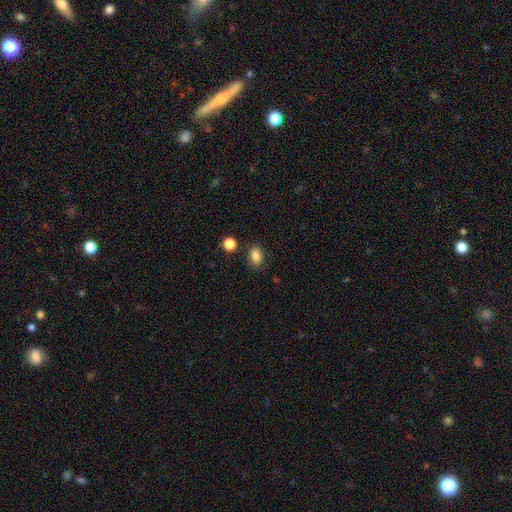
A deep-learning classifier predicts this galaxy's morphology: Overall: smooth (85%). How rounded: in between (80%). Merging: none (78%).